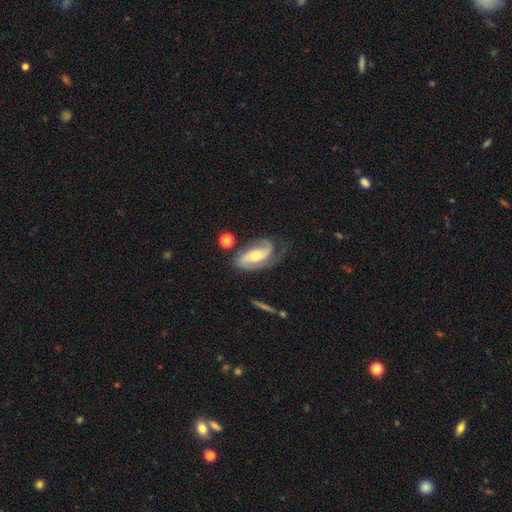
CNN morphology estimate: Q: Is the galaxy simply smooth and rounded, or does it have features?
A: featured or disk — 77%.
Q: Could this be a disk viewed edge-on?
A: no — 94%.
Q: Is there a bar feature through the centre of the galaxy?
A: no — 53%.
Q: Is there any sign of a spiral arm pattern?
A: yes — 93%.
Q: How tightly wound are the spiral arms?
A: medium — 40%.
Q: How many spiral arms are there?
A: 2 — 73%.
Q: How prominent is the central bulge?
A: moderate — 54%.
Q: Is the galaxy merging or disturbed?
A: none — 59%.